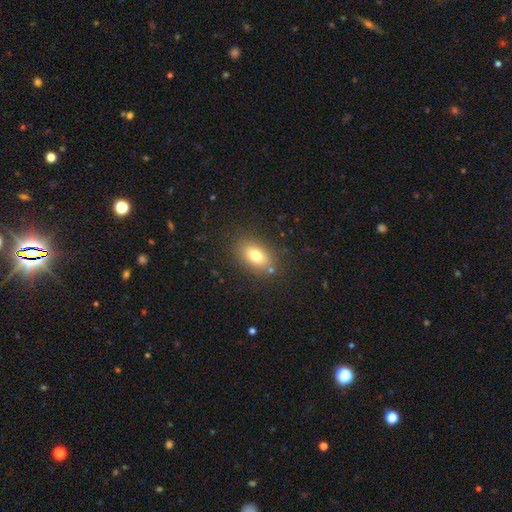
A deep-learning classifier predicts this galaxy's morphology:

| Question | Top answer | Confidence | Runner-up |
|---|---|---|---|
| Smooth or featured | smooth | 76% | featured or disk (14%) |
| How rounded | in between | 82% | round (16%) |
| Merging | none | 83% | minor disturbance (11%) |